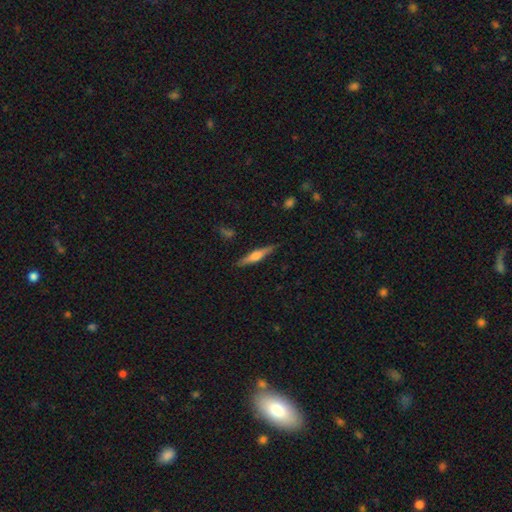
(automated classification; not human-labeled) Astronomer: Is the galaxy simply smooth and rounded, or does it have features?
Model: featured or disk — 59% (runner-up: smooth, 34%).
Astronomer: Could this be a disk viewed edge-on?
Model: yes — 97%.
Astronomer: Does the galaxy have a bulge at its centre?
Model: rounded — 82%.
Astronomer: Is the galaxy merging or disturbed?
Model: none — 89%.